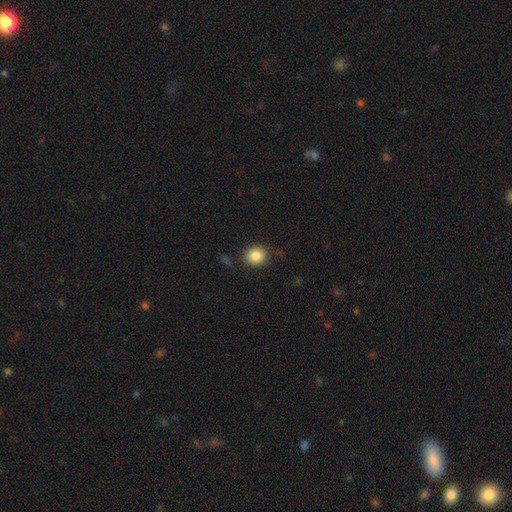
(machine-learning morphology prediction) The model was most divided on "how rounded": round: 77%, in between: 22%, cigar-shaped: 1%. More confident: smooth or featured — smooth (86%); merging — none (83%).